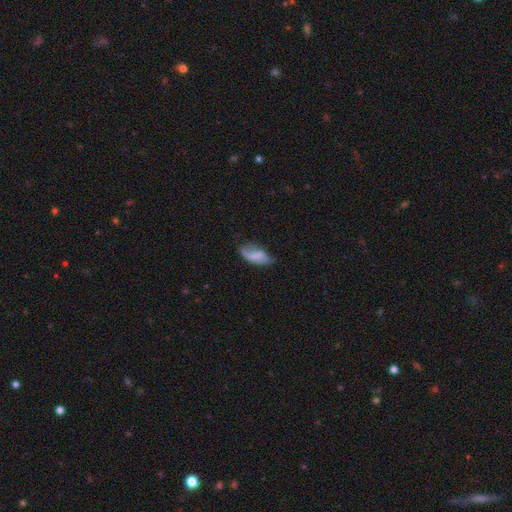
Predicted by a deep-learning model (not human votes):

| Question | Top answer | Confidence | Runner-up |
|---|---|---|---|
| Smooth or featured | smooth | 55% | featured or disk (37%) |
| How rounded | in between | 89% | cigar-shaped (7%) |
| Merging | none | 44% | minor disturbance (33%) |